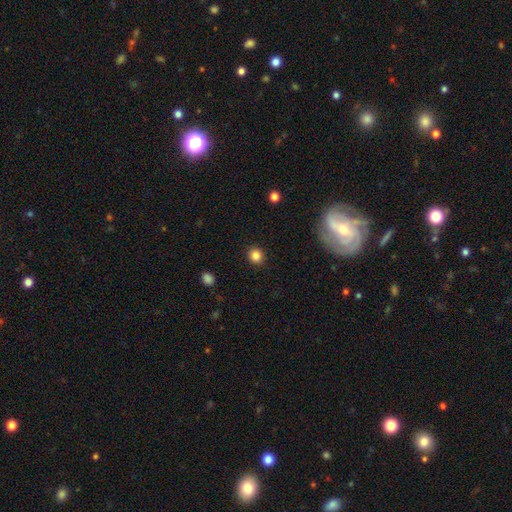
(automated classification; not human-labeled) Smooth or featured?
  - smooth: 85% *
  - star or artifact: 11%
  - featured or disk: 4%
How rounded?
  - round: 87% *
  - in between: 12%
  - cigar-shaped: 1%
Merging?
  - none: 91% *
  - minor disturbance: 6%
  - major disturbance: 2%
  - merger: 1%